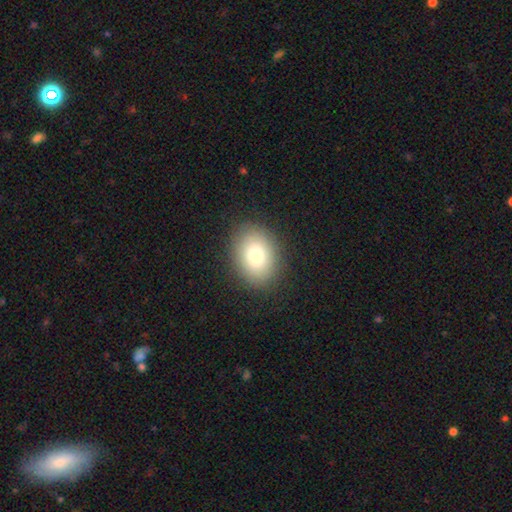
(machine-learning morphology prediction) type=smooth (78%); roundness=in between (63%); merging=none (87%).